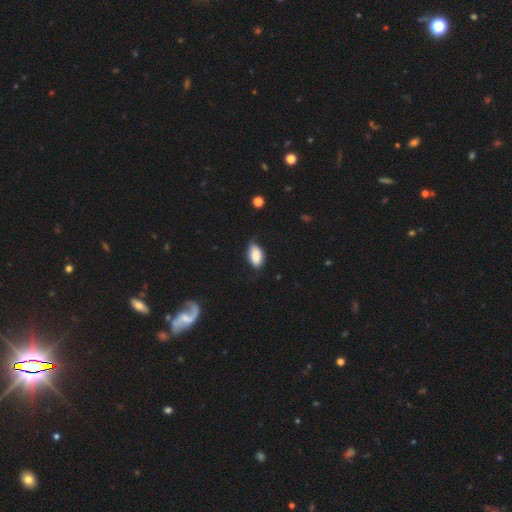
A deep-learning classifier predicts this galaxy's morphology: Q: Smooth or featured?
A: smooth (84%); runner-up: featured or disk (9%)
Q: How rounded?
A: in between (92%); runner-up: round (5%)
Q: Merging?
A: none (67%); runner-up: minor disturbance (27%)